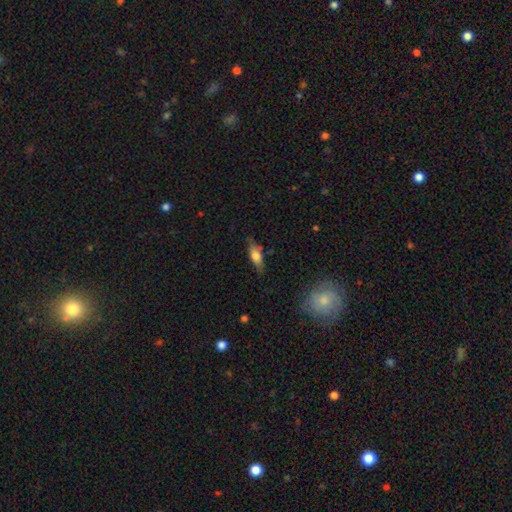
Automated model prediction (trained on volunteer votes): Smooth or featured?
  - smooth: 58% *
  - featured or disk: 35%
  - star or artifact: 7%
How rounded?
  - in between: 57% *
  - cigar-shaped: 40%
  - round: 4%
Merging?
  - none: 77% *
  - minor disturbance: 18%
  - major disturbance: 4%
  - merger: 2%